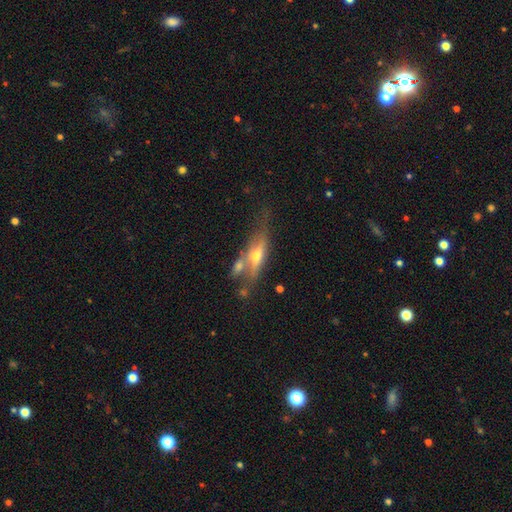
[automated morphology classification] Smooth or featured: featured or disk — 60% (smooth — 32%)
Edge-on disk: yes — 79% (no — 21%)
Merging: none — 50% (merger — 20%)